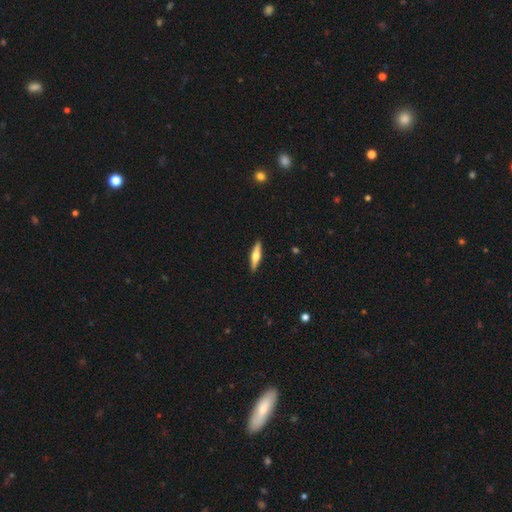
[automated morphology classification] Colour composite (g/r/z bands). It shows a featured or disk galaxy (56%) viewed edge-on (96%) with a rounded central bulge (92%). Merging: none (91%).